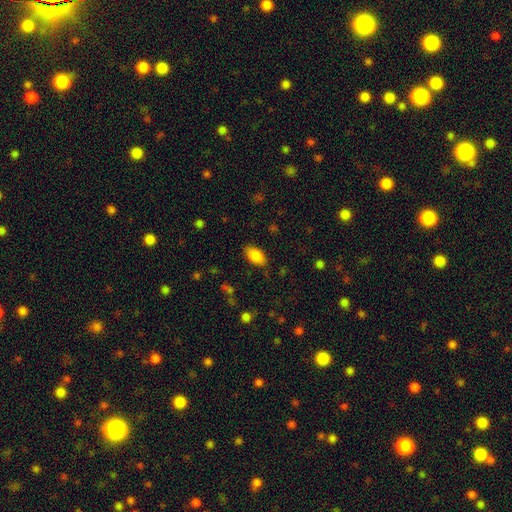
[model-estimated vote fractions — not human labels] Smooth or featured: smooth — 85% (featured or disk — 8%)
How rounded: in between — 92% (round — 4%)
Merging: none — 84% (minor disturbance — 12%)